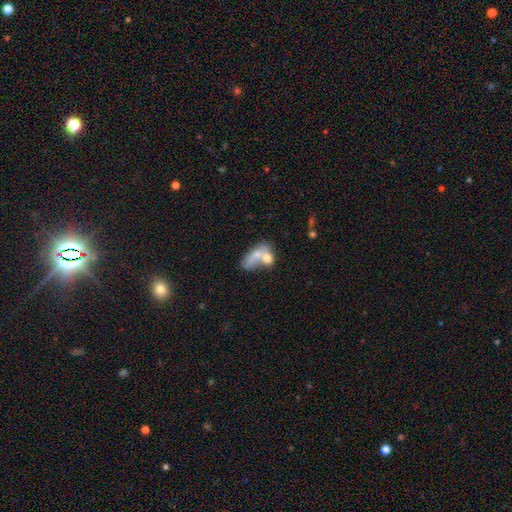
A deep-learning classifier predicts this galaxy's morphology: Overall: smooth (62%; featured or disk 29%). How rounded: in between (74%). Merging: merger (64%).